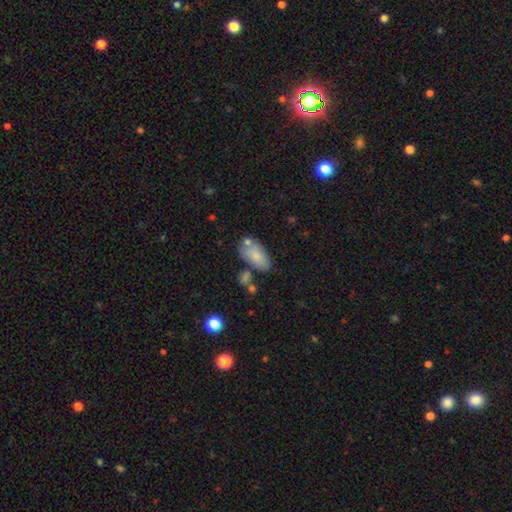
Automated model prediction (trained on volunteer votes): Smooth or featured? smooth (78%)
How rounded? in between (93%)
Merging? none (58%)